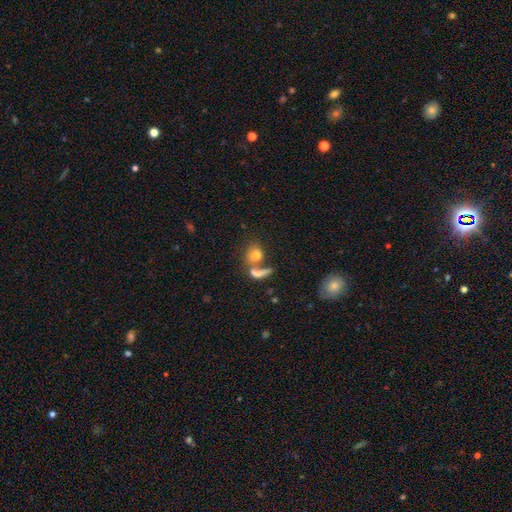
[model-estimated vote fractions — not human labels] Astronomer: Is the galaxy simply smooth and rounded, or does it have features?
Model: smooth — 75%.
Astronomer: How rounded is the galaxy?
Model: round — 57% (runner-up: in between, 39%).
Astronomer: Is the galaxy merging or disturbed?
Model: none — 47% (runner-up: merger, 38%).